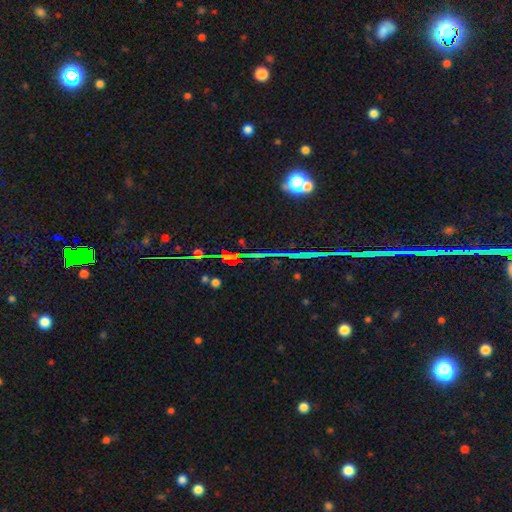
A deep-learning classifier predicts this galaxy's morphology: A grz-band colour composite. It shows a star or artifact, not a galaxy (85%).